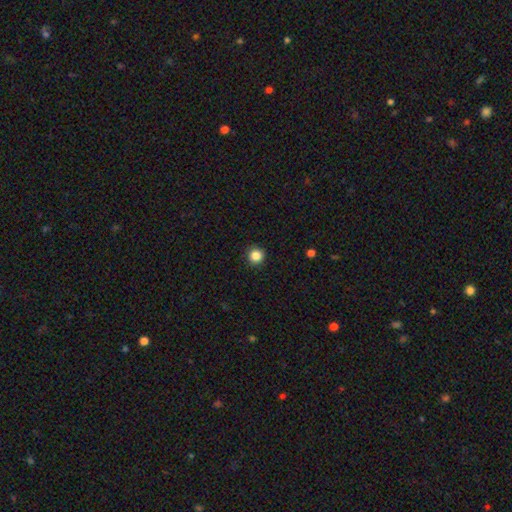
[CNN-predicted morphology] type=smooth (85%); roundness=round (95%); merging=none (92%).